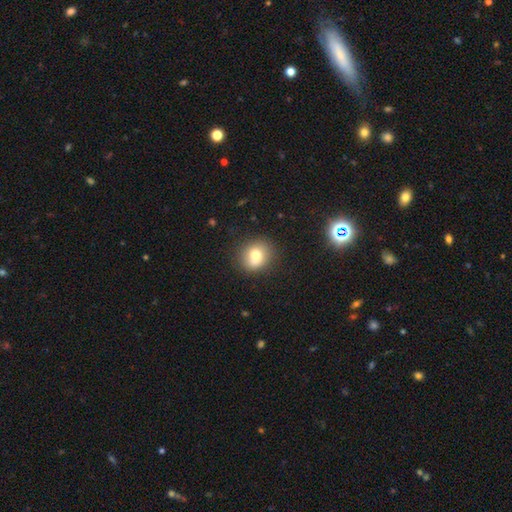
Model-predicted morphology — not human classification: type=smooth (74%); roundness=round (77%); merging=none (80%).